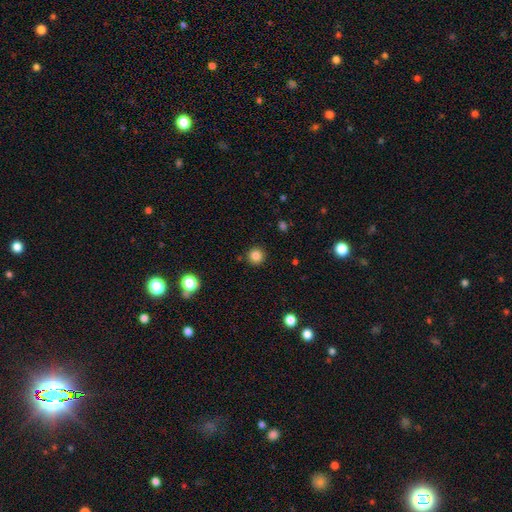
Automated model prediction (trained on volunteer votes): Q: Smooth or featured?
A: smooth (84%); runner-up: star or artifact (12%)
Q: How rounded?
A: round (95%); runner-up: in between (4%)
Q: Merging?
A: none (91%); runner-up: minor disturbance (6%)